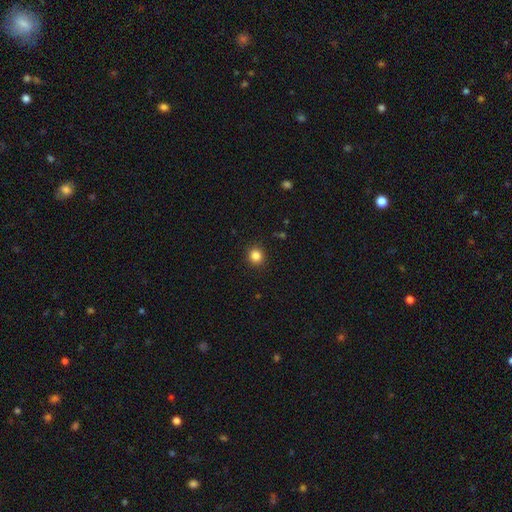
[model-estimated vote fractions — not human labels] This is clearly a smooth galaxy (84%). How rounded: clearly round (90%). Merging: clearly none (91%).